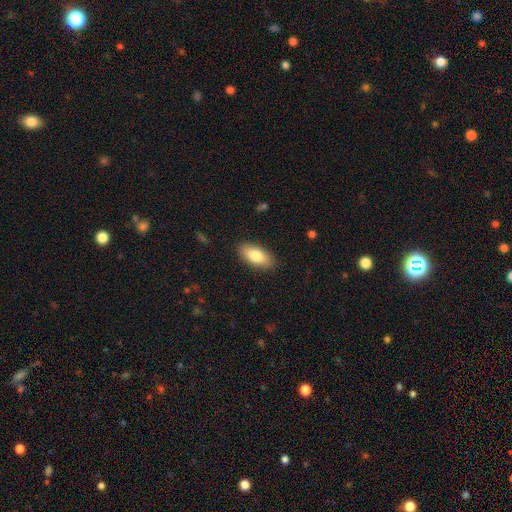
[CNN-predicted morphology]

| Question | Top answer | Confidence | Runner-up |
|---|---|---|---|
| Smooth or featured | smooth | 81% | featured or disk (13%) |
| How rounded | in between | 87% | cigar-shaped (10%) |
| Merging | none | 88% | minor disturbance (9%) |